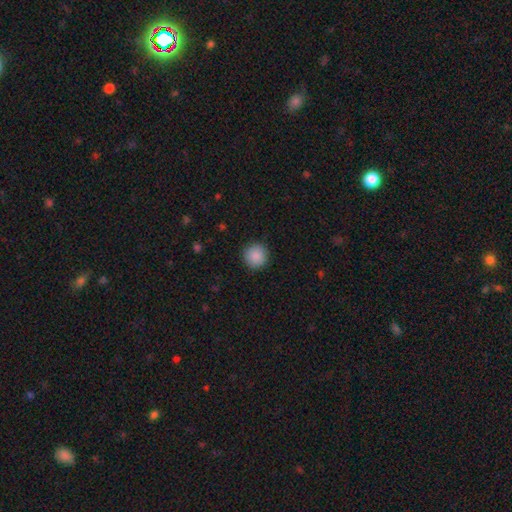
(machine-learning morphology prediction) smooth 89%, star or artifact 8%, featured or disk 3%. Down the decision tree: how rounded — round (95%); merging — none (91%).